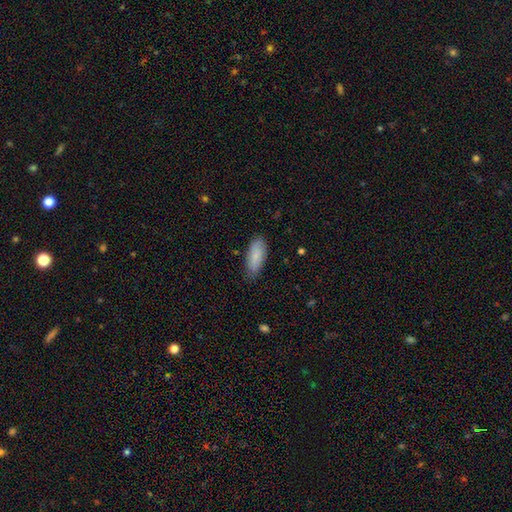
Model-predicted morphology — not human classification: smooth-or-featured: smooth: 84% | featured or disk: 10% | star or artifact: 6%
  how-rounded: in between: 80% | cigar-shaped: 18% | round: 2%
  merging: none: 78% | minor disturbance: 17% | major disturbance: 3% | merger: 1%